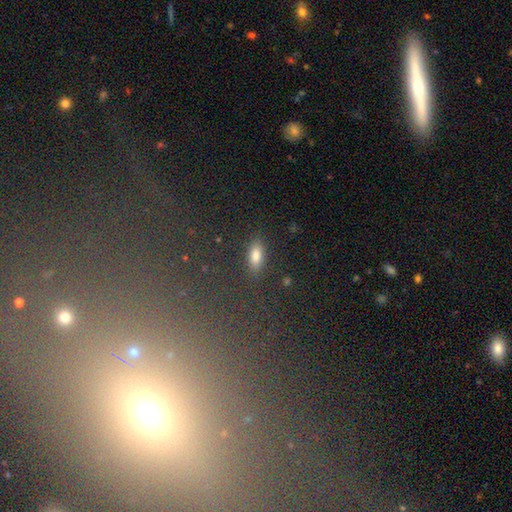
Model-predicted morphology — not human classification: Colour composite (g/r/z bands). It shows a smooth galaxy with no disk features (79%) that is in between round and cigar-shaped (82%). Merging: none (86%).